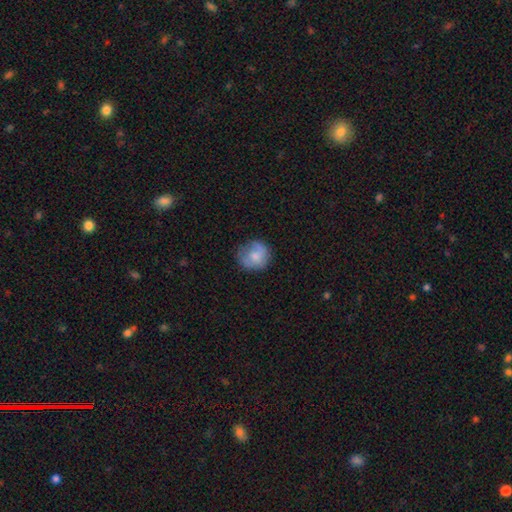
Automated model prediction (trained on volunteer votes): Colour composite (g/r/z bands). It shows a smooth galaxy with no disk features (69%) that is round (83%). Merging: none (63%).